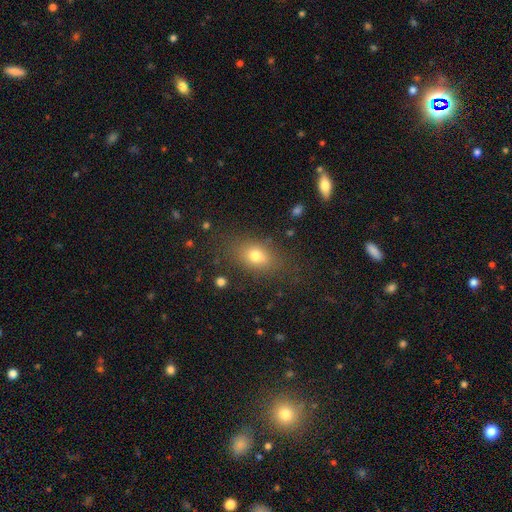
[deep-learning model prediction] Smooth or featured? Predicted: smooth (p=0.73). How rounded? Predicted: in between (p=0.73). Merging? Predicted: none (p=0.77).